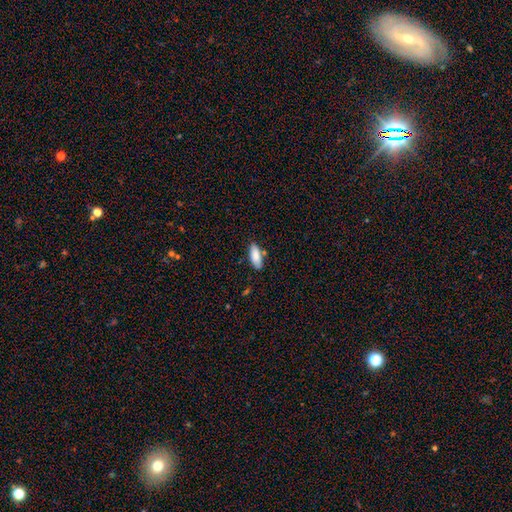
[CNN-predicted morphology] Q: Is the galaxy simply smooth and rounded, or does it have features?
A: smooth — 86%.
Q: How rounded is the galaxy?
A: in between — 78%.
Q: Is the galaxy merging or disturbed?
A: none — 79%.